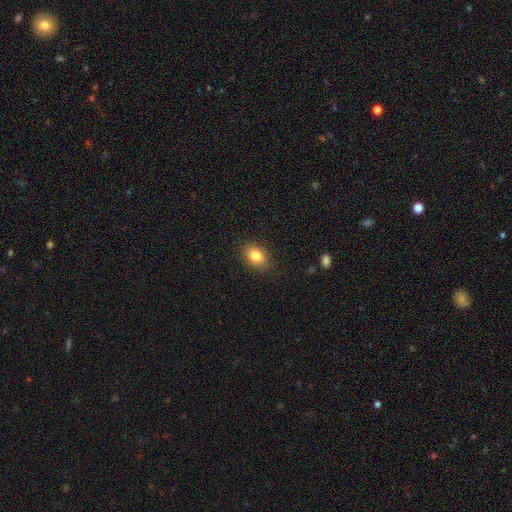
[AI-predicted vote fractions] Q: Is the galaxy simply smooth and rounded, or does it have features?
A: smooth — 83%.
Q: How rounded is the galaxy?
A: in between — 68%.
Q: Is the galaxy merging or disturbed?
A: none — 87%.